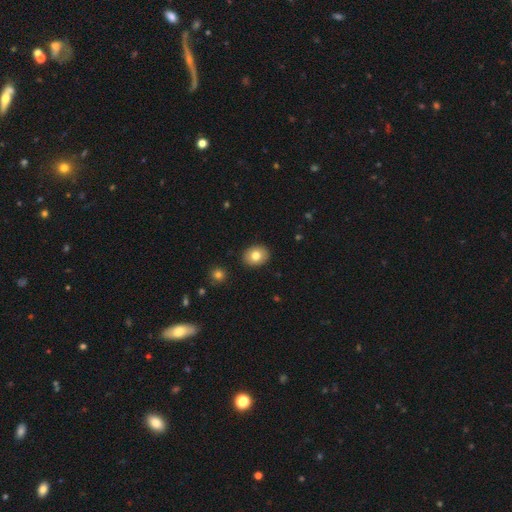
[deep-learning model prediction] smooth 79%, featured or disk 12%, star or artifact 8%. Down the decision tree: how rounded — in between (51%); merging — none (90%).